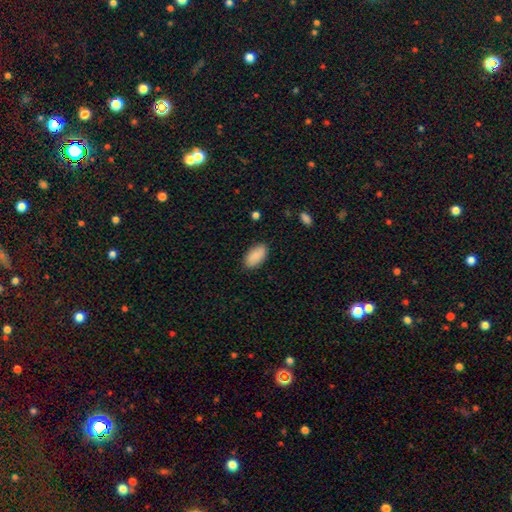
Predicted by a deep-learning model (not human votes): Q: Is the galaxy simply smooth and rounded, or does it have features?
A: smooth — 89%.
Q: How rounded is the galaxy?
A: in between — 95%.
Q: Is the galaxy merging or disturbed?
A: none — 87%.